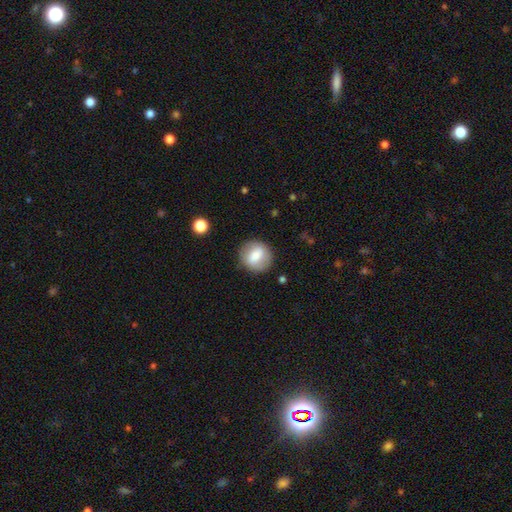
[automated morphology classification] Smooth or featured?
  - smooth: 72% *
  - featured or disk: 21%
  - star or artifact: 7%
How rounded?
  - round: 83% *
  - in between: 16%
  - cigar-shaped: 1%
Merging?
  - none: 84% *
  - minor disturbance: 11%
  - major disturbance: 4%
  - merger: 1%